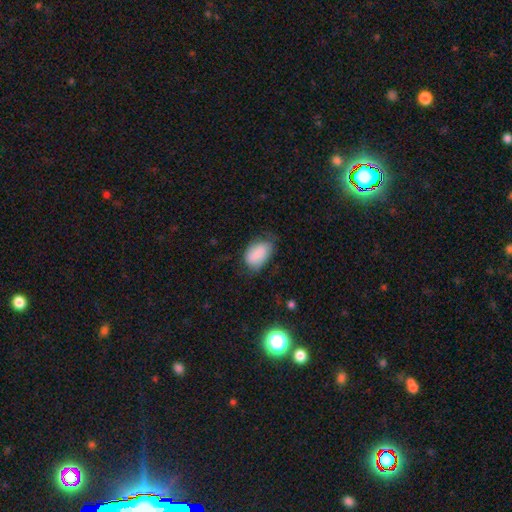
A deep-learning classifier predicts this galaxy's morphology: A smooth galaxy with no disk features (82%) that is in between round and cigar-shaped (88%). Merging: none (55%).